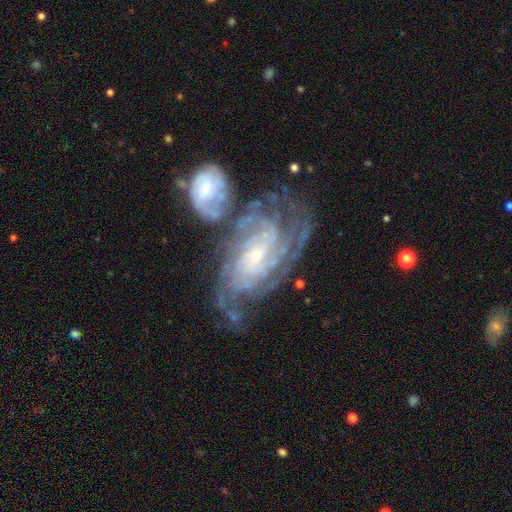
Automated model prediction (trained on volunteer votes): featured or disk 89%, smooth 6%, star or artifact 5%. Down the decision tree: edge-on disk — no (96%); bar — no (61%); spiral arms — yes (97%); spiral arm count — can't tell (32%); spiral winding — tight (72%); bulge size — small (70%); merging — none (47%).